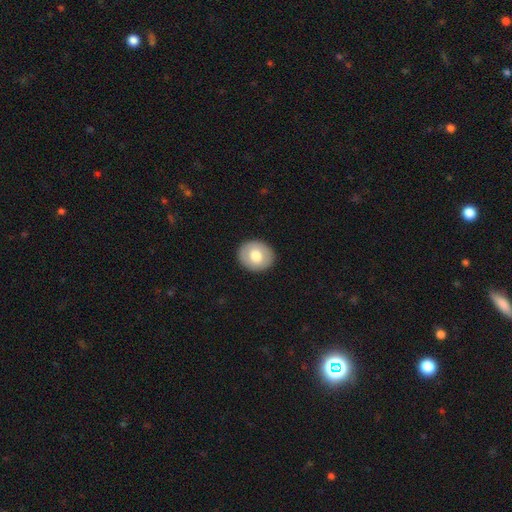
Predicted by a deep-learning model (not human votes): Smooth or featured? Predicted: smooth (p=0.71). How rounded? Predicted: round (p=0.72). Merging? Predicted: none (p=0.91).